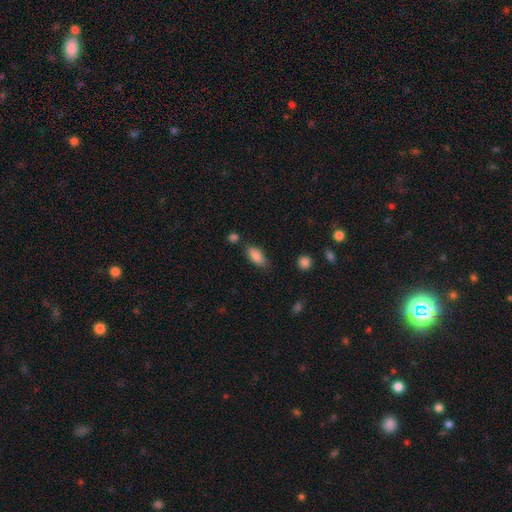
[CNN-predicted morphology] Smooth or featured: smooth — 86% (star or artifact — 7%)
How rounded: in between — 84% (cigar-shaped — 14%)
Merging: none — 73% (minor disturbance — 17%)